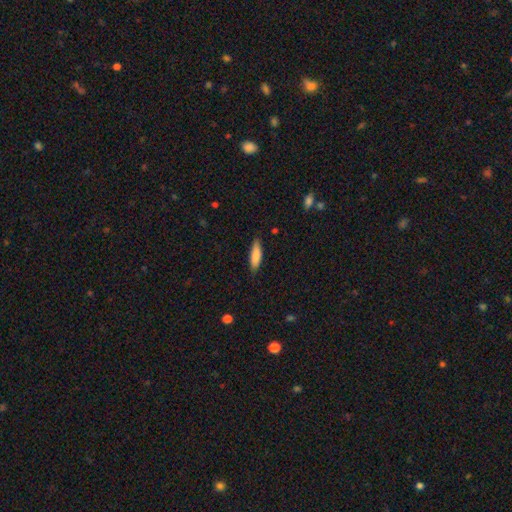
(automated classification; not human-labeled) Morphology: type=smooth (85%); roundness=cigar-shaped (57%); merging=none (82%).